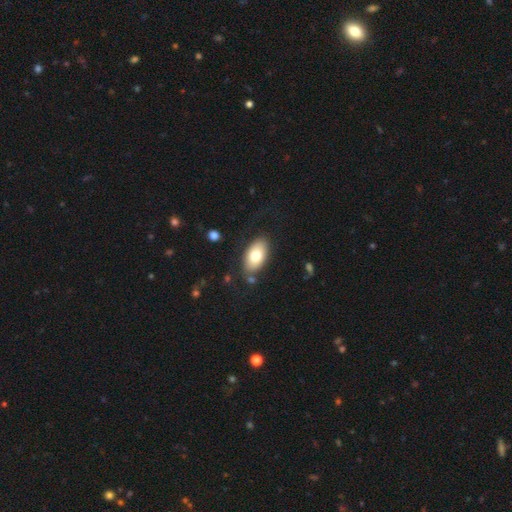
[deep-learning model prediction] The model was most divided on "smooth or featured": smooth: 75%, featured or disk: 18%, star or artifact: 7%. More confident: how rounded — in between (94%); merging — none (82%).